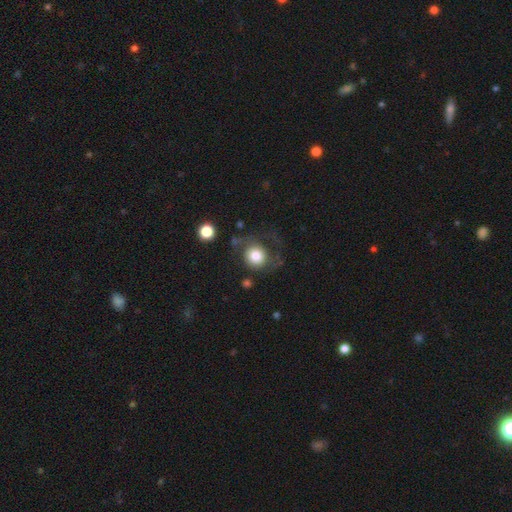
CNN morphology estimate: A smooth galaxy with no disk features (76%) that is round (86%). Merging: none (50%).